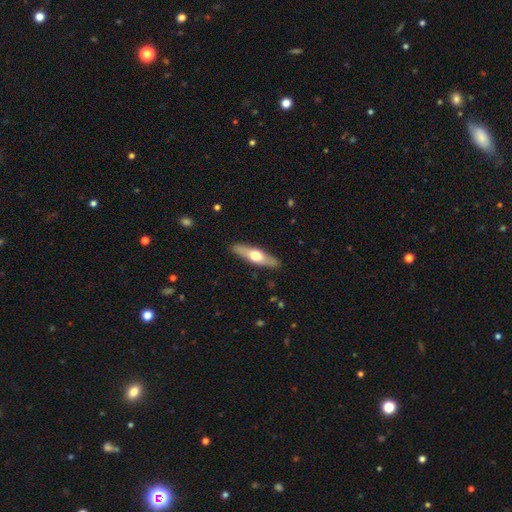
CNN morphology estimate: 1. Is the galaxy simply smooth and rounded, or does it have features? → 49% featured or disk, 46% smooth, 5% star or artifact.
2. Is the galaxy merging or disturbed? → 88% none, 9% minor disturbance, 2% major disturbance, 1% merger.